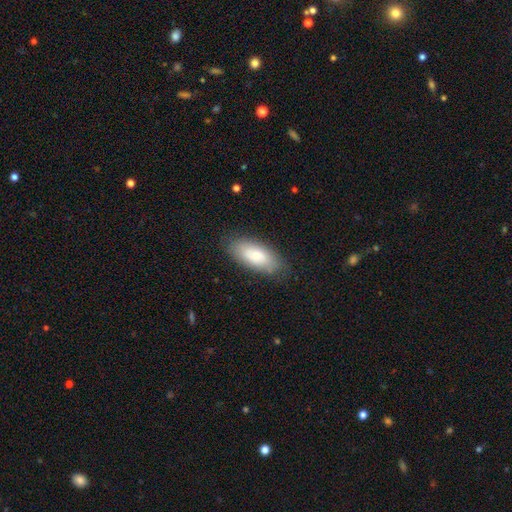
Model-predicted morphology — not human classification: type=smooth (76%); roundness=in between (88%); merging=none (80%).